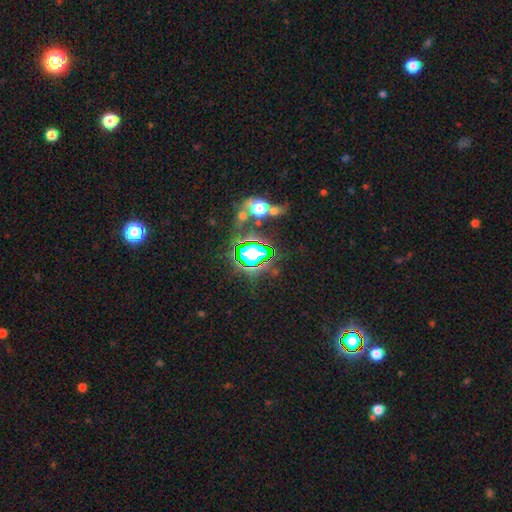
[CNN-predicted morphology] The model was most divided on "smooth or featured": star or artifact: 66%, smooth: 21%, featured or disk: 12%.